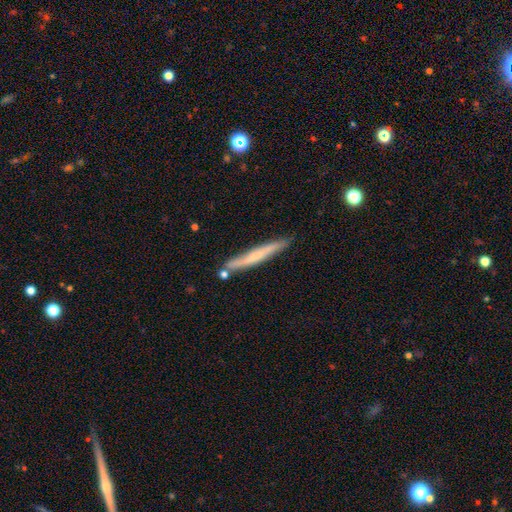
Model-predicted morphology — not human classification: Smooth or featured? Predicted: smooth (p=0.49). Merging? Predicted: none (p=0.79).